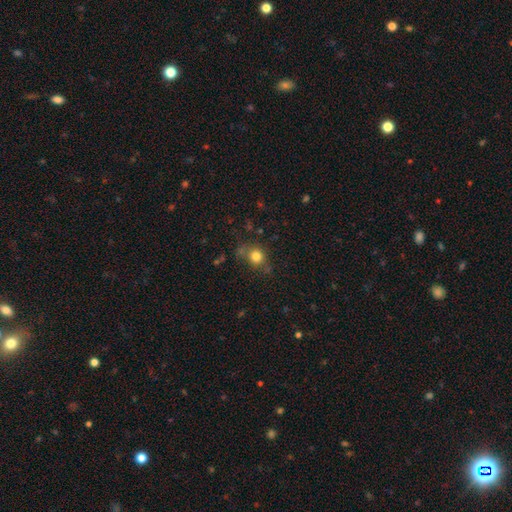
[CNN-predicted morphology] A smooth galaxy with no disk features (80%) that is round (82%). Merging: none (68%).